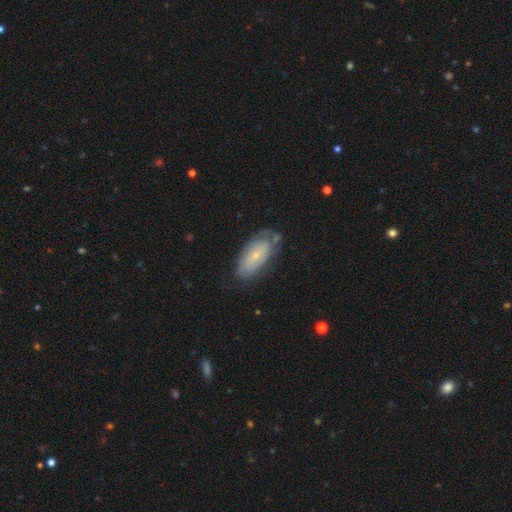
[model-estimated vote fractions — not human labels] Smooth or featured: featured or disk — 52% (smooth — 41%)
Edge-on disk: no — 90% (yes — 10%)
Merging: none — 60% (minor disturbance — 26%)